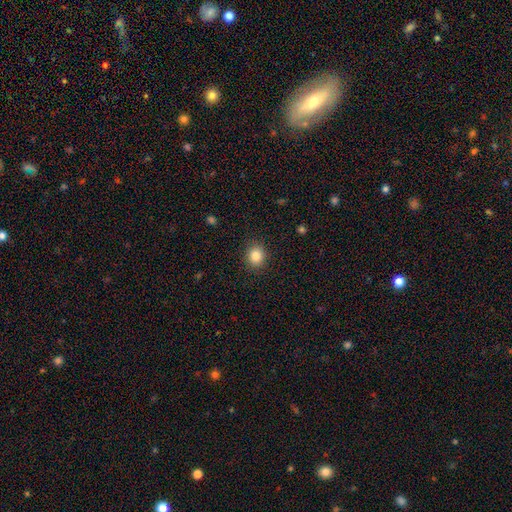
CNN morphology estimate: Smooth or featured? Predicted: smooth (p=0.85). How rounded? Predicted: round (p=0.75). Merging? Predicted: none (p=0.89).